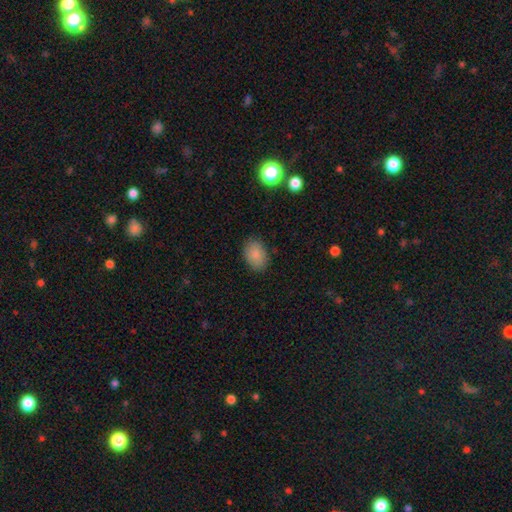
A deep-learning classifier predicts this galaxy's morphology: smooth_or_featured: smooth (p=0.85) [alt: star or artifact p=0.08]
how_rounded: in between (p=0.82) [alt: round p=0.17]
merging: none (p=0.85) [alt: minor disturbance p=0.11]